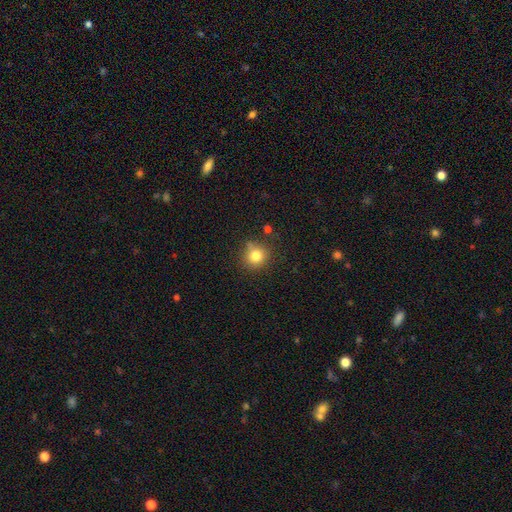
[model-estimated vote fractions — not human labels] Smooth or featured? smooth (80%)
How rounded? round (87%)
Merging? none (74%)